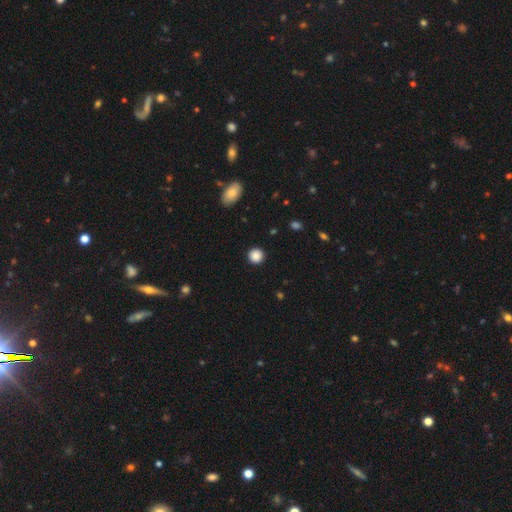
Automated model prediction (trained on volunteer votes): The model was most divided on "smooth or featured": smooth: 88%, star or artifact: 9%, featured or disk: 3%. More confident: how rounded — round (93%); merging — none (92%).